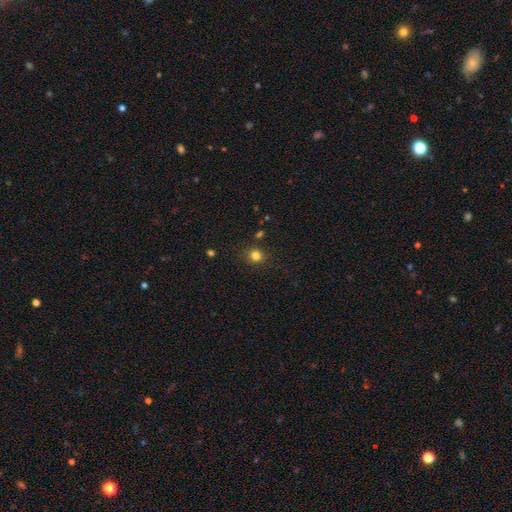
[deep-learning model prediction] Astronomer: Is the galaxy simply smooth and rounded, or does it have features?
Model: smooth — 81%.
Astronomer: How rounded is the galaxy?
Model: round — 85%.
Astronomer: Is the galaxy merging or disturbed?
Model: none — 86%.